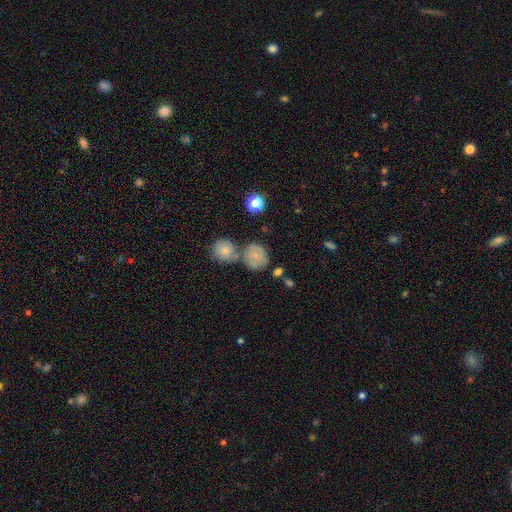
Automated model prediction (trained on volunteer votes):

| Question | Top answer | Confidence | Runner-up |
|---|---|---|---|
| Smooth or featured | smooth | 73% | featured or disk (16%) |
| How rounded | round | 75% | in between (24%) |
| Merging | none | 49% | merger (30%) |